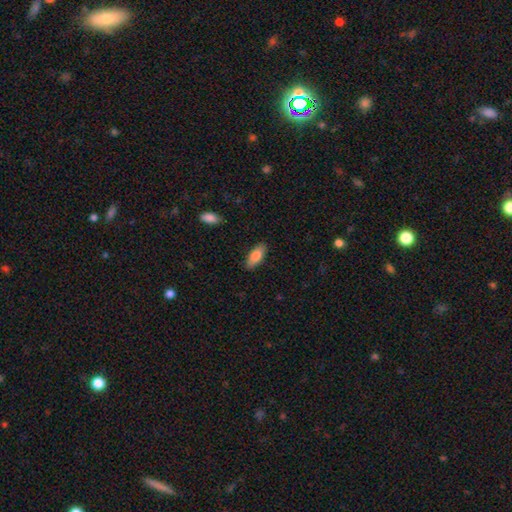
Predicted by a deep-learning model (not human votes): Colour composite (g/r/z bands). It shows a smooth galaxy with no disk features (83%) that is in between round and cigar-shaped (80%). Merging: none (87%).